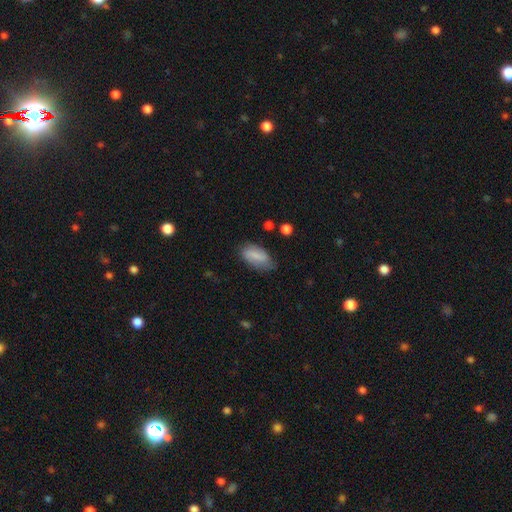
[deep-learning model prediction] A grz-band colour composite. It shows a smooth galaxy with no disk features (74%) that is in between round and cigar-shaped (89%). Merging: none (67%).